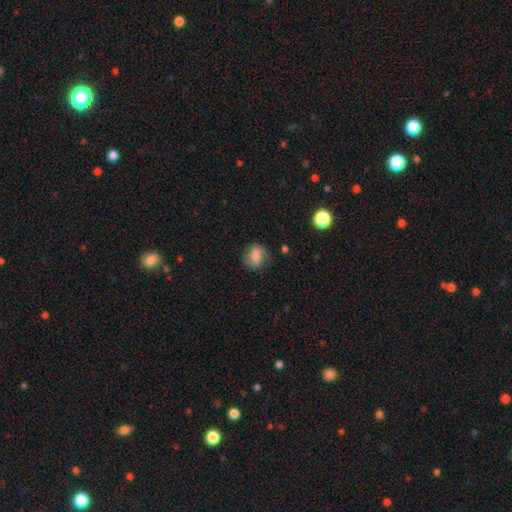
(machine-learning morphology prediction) A smooth galaxy with no disk features (71%) that is in between round and cigar-shaped (50%).

Vote fractions:
- Smooth or featured? smooth: 71% / featured or disk: 20% / star or artifact: 9%
- How rounded? in between: 50% / round: 48% / cigar-shaped: 2%
- Merging? none: 70% / minor disturbance: 21% / major disturbance: 8% / merger: 2%